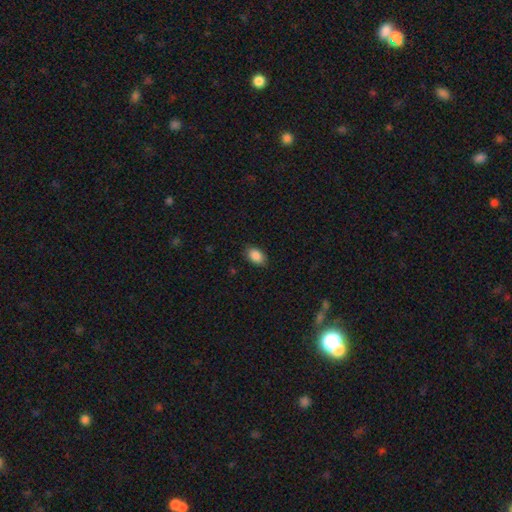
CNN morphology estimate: This appears to be a smooth galaxy with no disk features (88%) that is in between round and cigar-shaped (89%). Merging: none (86%).